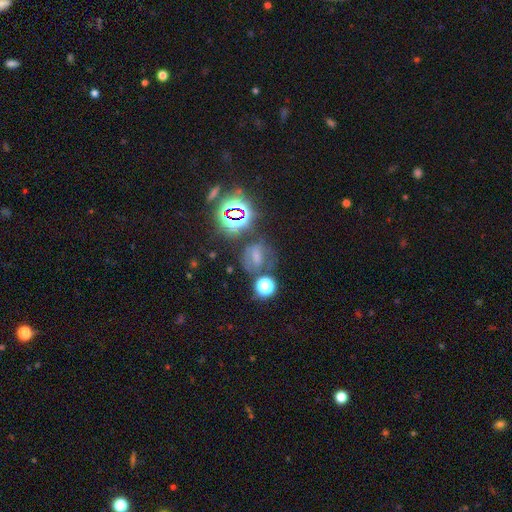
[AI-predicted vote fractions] The model was most divided on "smooth or featured": smooth: 38%, star or artifact: 37%, featured or disk: 25%. More confident: merging — none (56%).